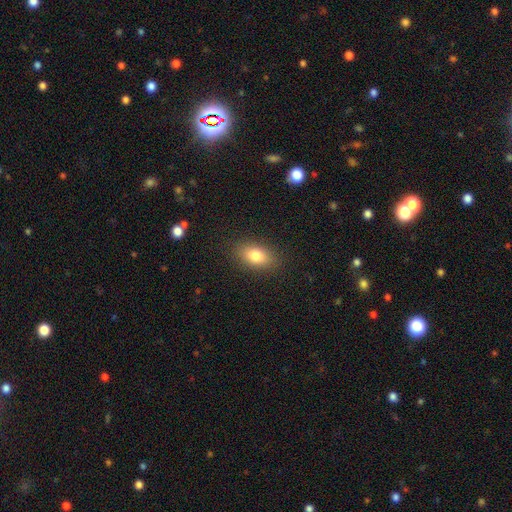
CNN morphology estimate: The model was most divided on "smooth or featured": smooth: 80%, featured or disk: 11%, star or artifact: 9%. More confident: merging — none (87%); how rounded — in between (85%).